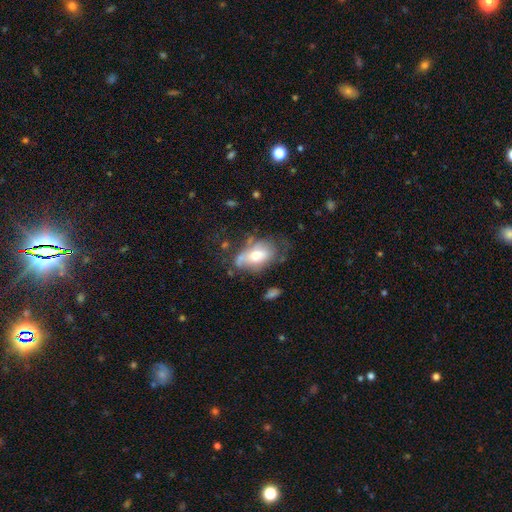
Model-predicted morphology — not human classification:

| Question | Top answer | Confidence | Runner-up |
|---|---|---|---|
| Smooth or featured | smooth | 50% | featured or disk (42%) |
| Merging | none | 38% | minor disturbance (30%) |